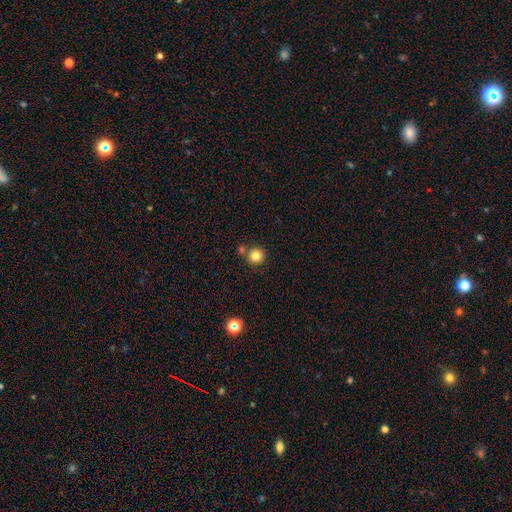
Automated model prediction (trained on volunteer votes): This appears to be a smooth galaxy with no disk features (82%) that is round (94%). Merging: none (74%).